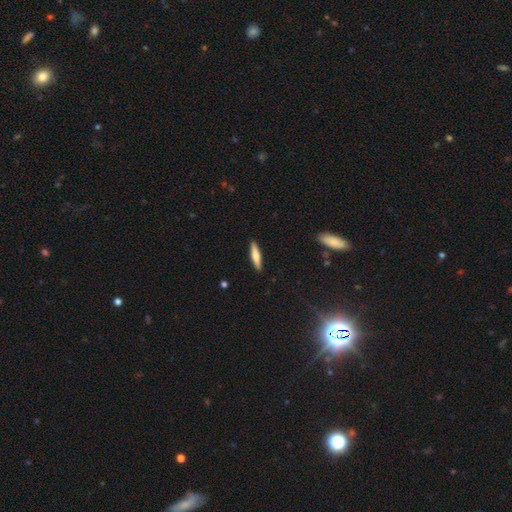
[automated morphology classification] This appears to be a smooth galaxy with no disk features (64%) that is cigar-shaped (82%). Merging: none (91%).